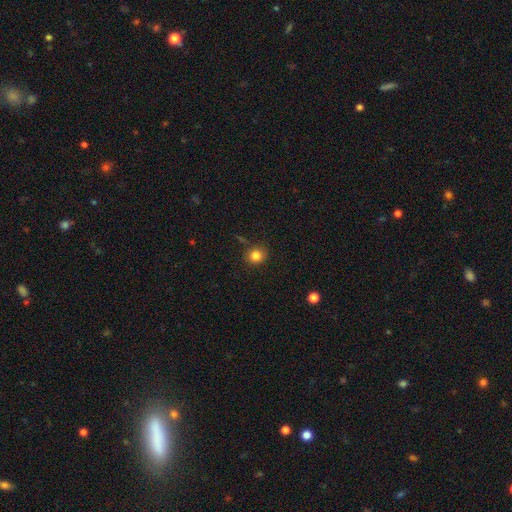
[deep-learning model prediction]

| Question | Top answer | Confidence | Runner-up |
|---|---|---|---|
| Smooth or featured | smooth | 83% | star or artifact (11%) |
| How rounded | round | 83% | in between (17%) |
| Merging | none | 84% | minor disturbance (11%) |